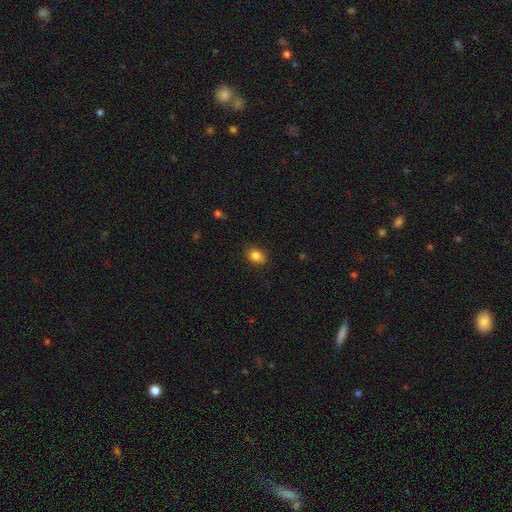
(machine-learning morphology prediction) type=smooth (84%); roundness=in between (65%); merging=none (82%).